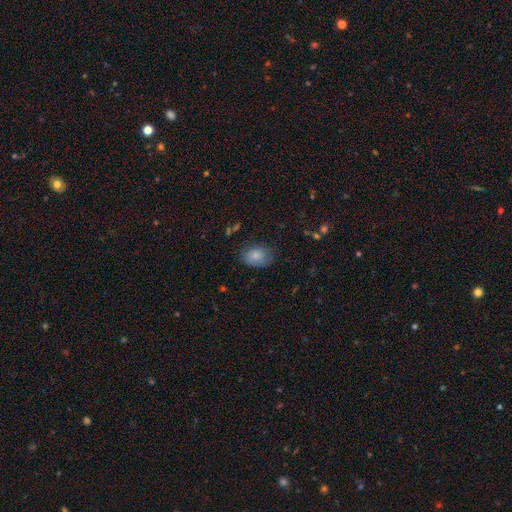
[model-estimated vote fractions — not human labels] This is clearly a smooth galaxy (81%). How rounded: likely in between (77%). Merging: likely none (71%).